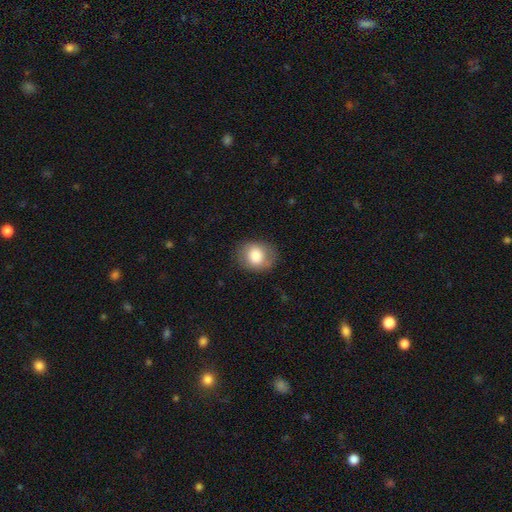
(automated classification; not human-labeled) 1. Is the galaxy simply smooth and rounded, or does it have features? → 80% smooth, 12% featured or disk, 8% star or artifact.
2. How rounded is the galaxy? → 54% round, 45% in between, 1% cigar-shaped.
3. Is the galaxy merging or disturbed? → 80% none, 14% minor disturbance, 5% major disturbance, 1% merger.